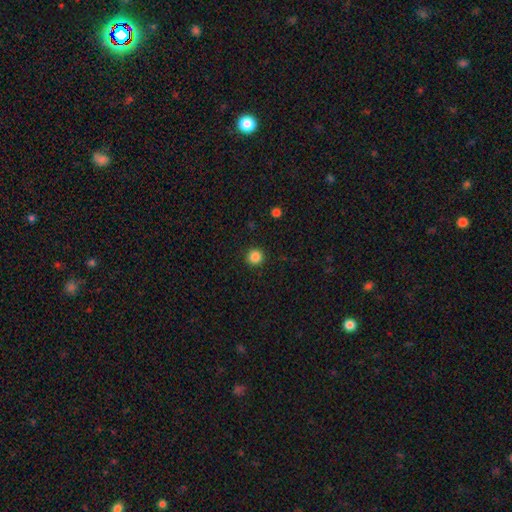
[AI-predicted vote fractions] Smooth or featured? Predicted: smooth (p=0.86). How rounded? Predicted: round (p=0.95). Merging? Predicted: none (p=0.92).